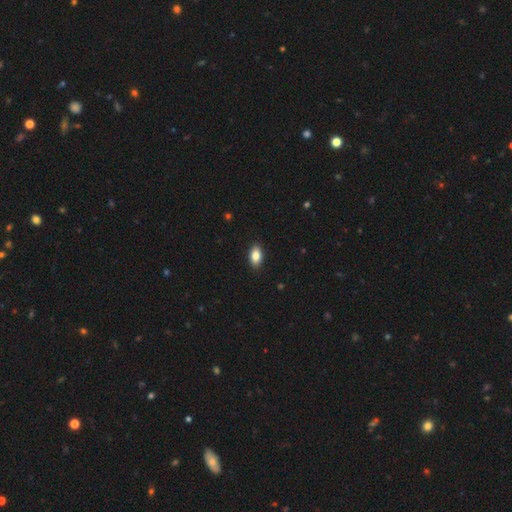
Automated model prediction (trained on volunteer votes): Smooth or featured? smooth (85%)
How rounded? in between (91%)
Merging? none (89%)